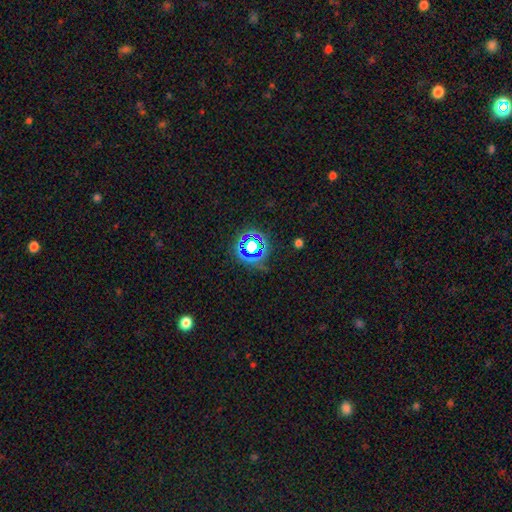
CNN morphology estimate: type=star or artifact (73%).